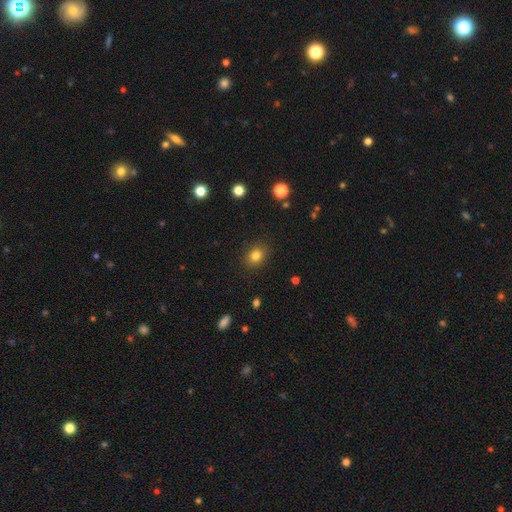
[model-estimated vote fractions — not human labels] Q: Smooth or featured?
A: smooth (81%); runner-up: star or artifact (12%)
Q: How rounded?
A: round (55%); runner-up: in between (44%)
Q: Merging?
A: none (88%); runner-up: minor disturbance (8%)